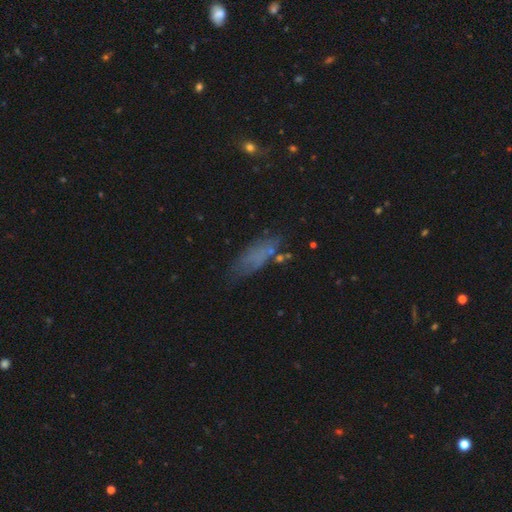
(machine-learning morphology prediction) type=smooth (61%); roundness=in between (61%); merging=none (57%).